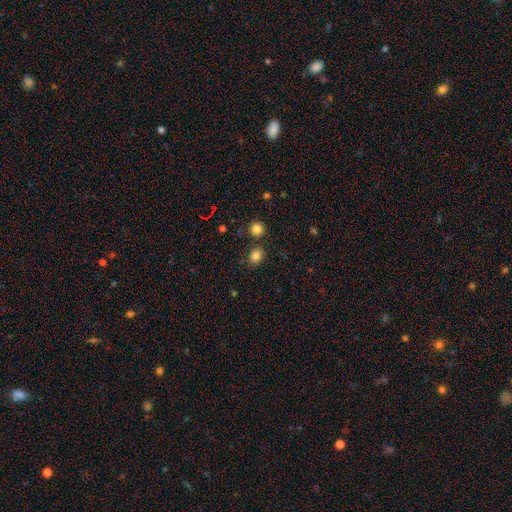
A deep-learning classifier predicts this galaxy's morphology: A smooth galaxy with no disk features (83%) that is round (58%). Merging: none (78%).